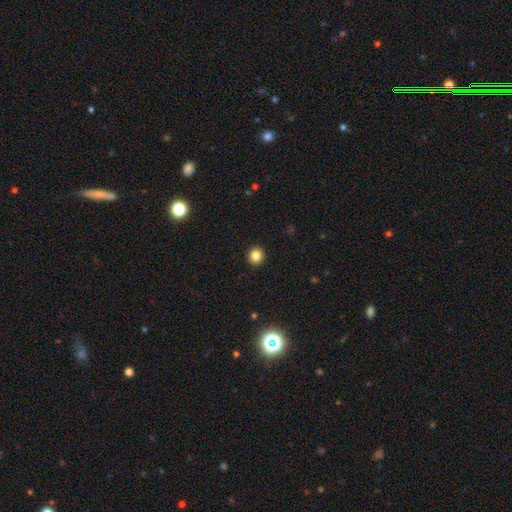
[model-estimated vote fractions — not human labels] Morphology: type=smooth (84%); roundness=round (91%); merging=none (93%).